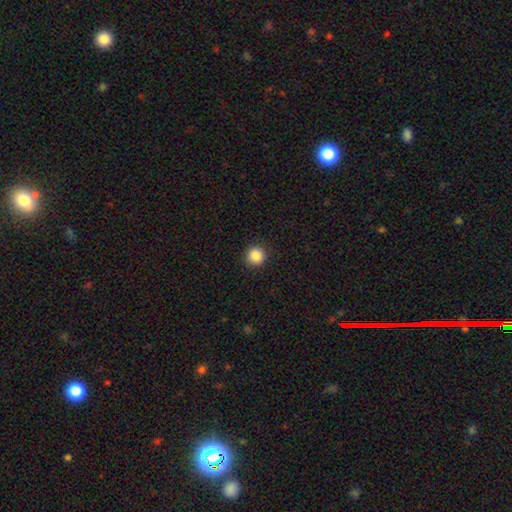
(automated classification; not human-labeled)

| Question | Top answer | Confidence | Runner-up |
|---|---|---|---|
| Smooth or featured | smooth | 87% | star or artifact (10%) |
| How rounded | round | 94% | in between (5%) |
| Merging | none | 92% | minor disturbance (5%) |